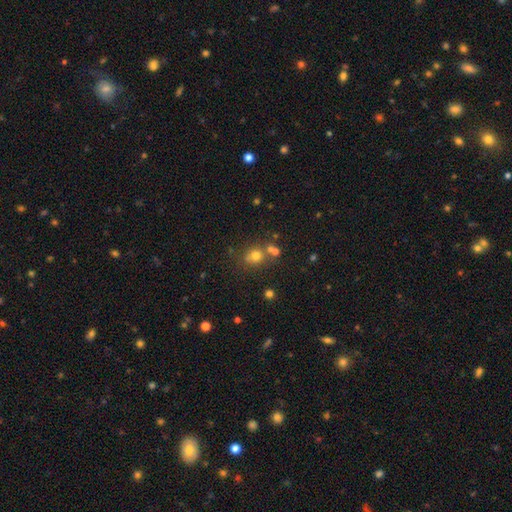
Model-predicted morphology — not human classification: smooth-or-featured: smooth: 69% | star or artifact: 20% | featured or disk: 11%
  how-rounded: round: 79% | in between: 19% | cigar-shaped: 1%
  merging: none: 60% | merger: 25% | minor disturbance: 11% | major disturbance: 4%